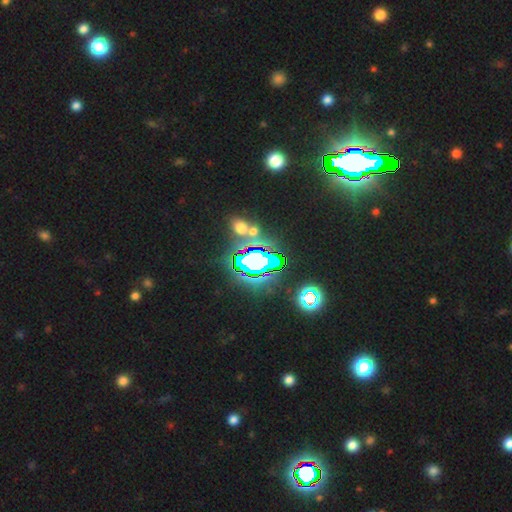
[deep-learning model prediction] This is likely a star or artifact rather than a galaxy (66%).